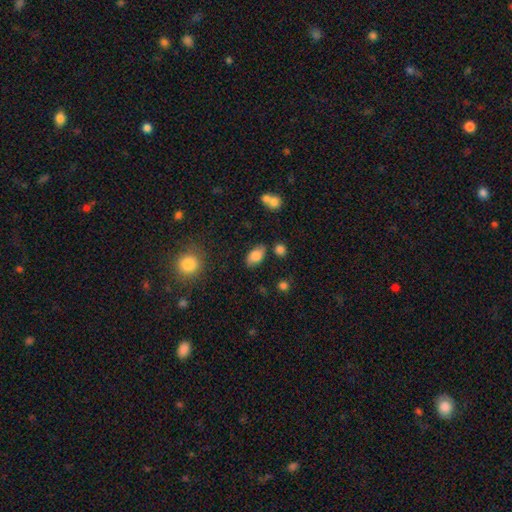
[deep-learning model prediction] This is likely a smooth galaxy (77%). How rounded: clearly in between (90%). Merging: likely none (79%).